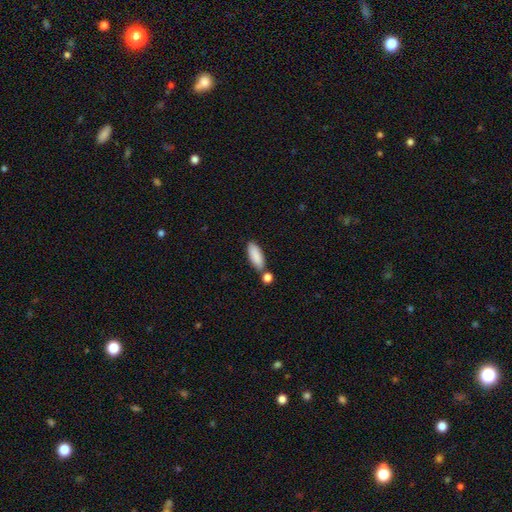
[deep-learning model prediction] The model was most divided on "merging": none: 66%, merger: 18%, minor disturbance: 13%, major disturbance: 3%. More confident: smooth or featured — smooth (87%); how rounded — in between (74%).